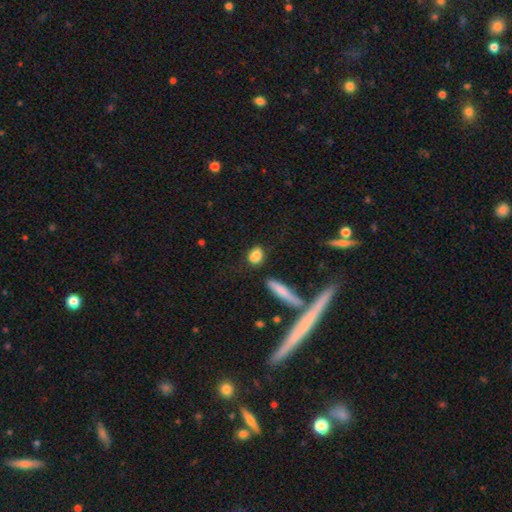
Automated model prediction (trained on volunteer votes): smooth_or_featured: smooth (p=0.84) [alt: star or artifact p=0.08]
how_rounded: in between (p=0.63) [alt: round p=0.29]
merging: none (p=0.68) [alt: minor disturbance p=0.17]